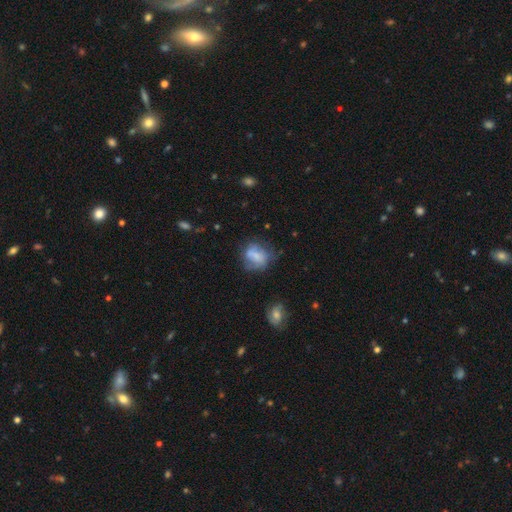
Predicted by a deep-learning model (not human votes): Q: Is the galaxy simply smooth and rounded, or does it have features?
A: smooth — 58%.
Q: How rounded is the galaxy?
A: round — 54%.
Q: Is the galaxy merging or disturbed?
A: none — 49%.